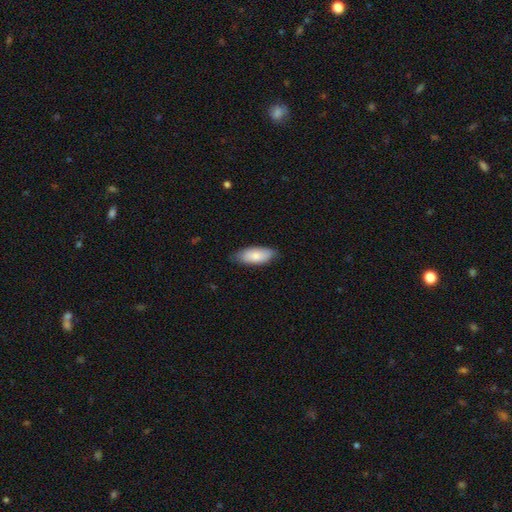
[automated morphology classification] Q: Smooth or featured?
A: smooth (82%); runner-up: featured or disk (12%)
Q: How rounded?
A: in between (87%); runner-up: cigar-shaped (11%)
Q: Merging?
A: none (79%); runner-up: minor disturbance (18%)